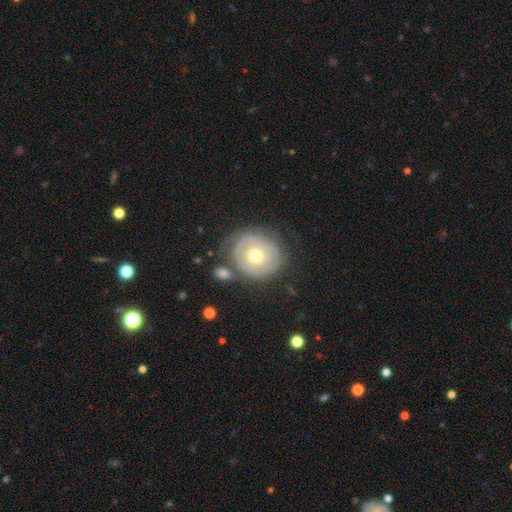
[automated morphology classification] Smooth or featured? featured or disk (62%)
Edge-on disk? no (97%)
Bar? no (87%)
Spiral arms? yes (62%)
Bulge size? moderate (67%)
Merging? none (66%)